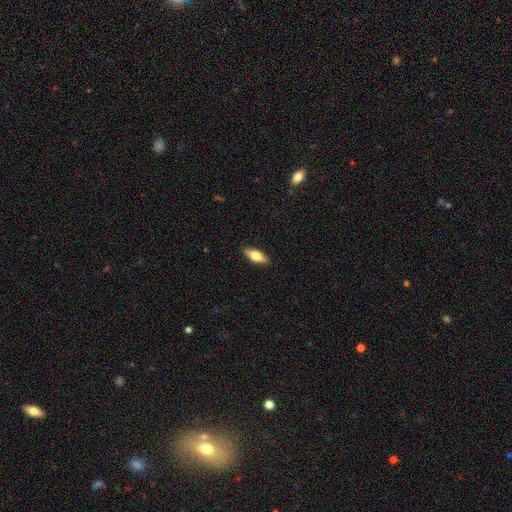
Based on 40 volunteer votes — Volunteers were most divided on "smooth or featured": smooth: 65%, featured or disk: 25%, star or artifact: 10%. More confident: merging — none (92%); how rounded — in between (73%).